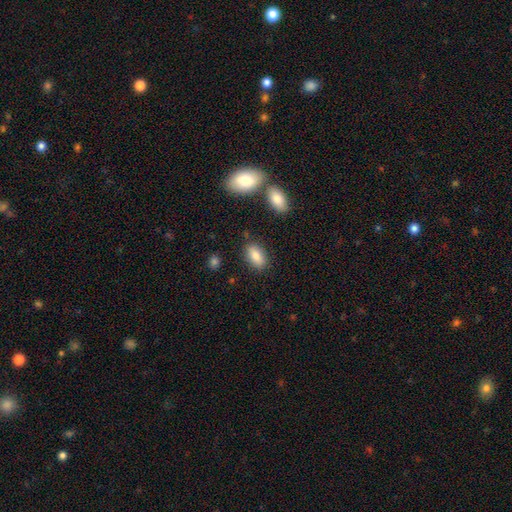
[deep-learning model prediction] A smooth galaxy with no disk features (84%) that is in between round and cigar-shaped (89%).

Vote fractions:
- Smooth or featured? smooth: 84% / featured or disk: 9% / star or artifact: 8%
- How rounded? in between: 89% / cigar-shaped: 6% / round: 5%
- Merging? none: 83% / minor disturbance: 11% / merger: 4% / major disturbance: 3%